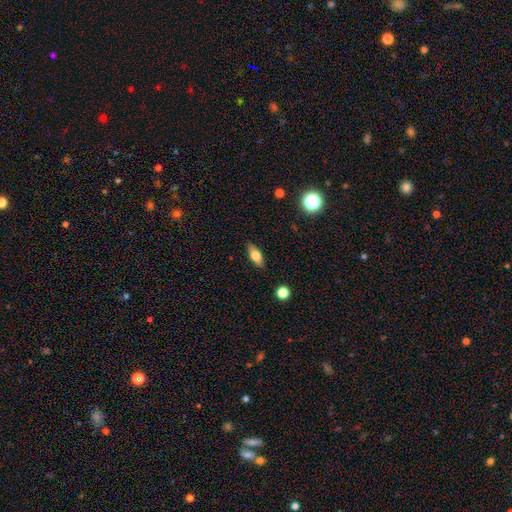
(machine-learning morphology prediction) Overall: smooth (70%). How rounded: in between (76%). Merging: none (87%).